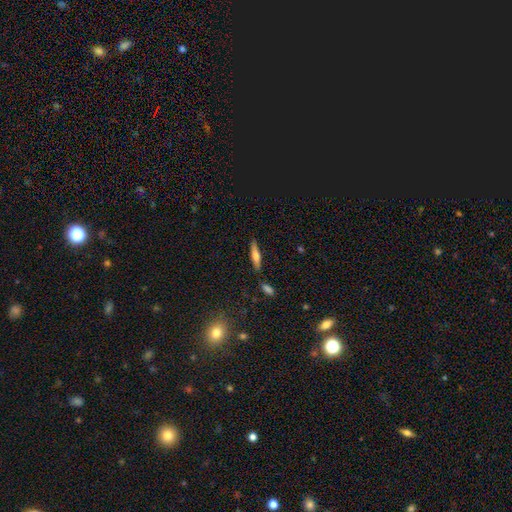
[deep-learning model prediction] Q: Smooth or featured?
A: smooth (52%); runner-up: featured or disk (41%)
Q: How rounded?
A: cigar-shaped (78%); runner-up: in between (20%)
Q: Merging?
A: none (83%); runner-up: minor disturbance (12%)